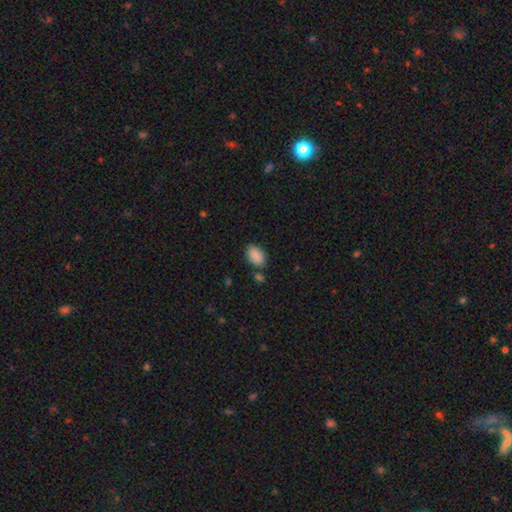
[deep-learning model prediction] Smooth or featured? Predicted: smooth (p=0.89). How rounded? Predicted: in between (p=0.90). Merging? Predicted: none (p=0.78).